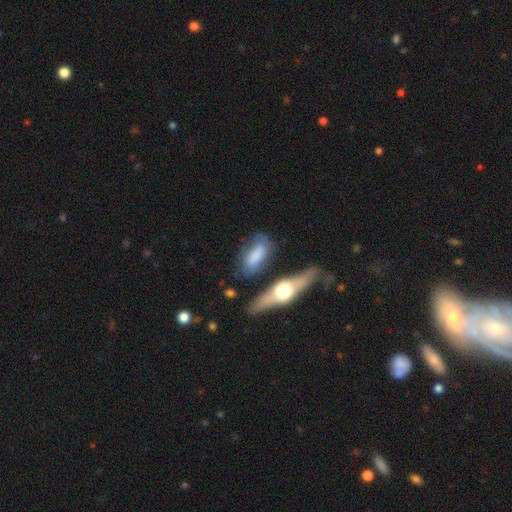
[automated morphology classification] This is likely a smooth galaxy (65%). How rounded: likely in between (75%). Merging: possibly none (59%).